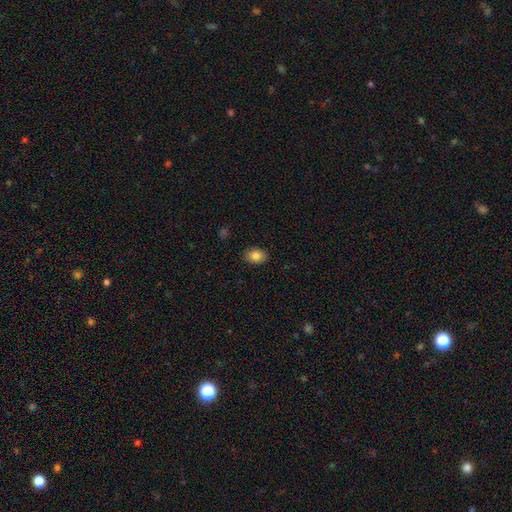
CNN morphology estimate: smooth-or-featured: smooth: 84% | star or artifact: 8% | featured or disk: 7%
  how-rounded: in between: 77% | round: 22% | cigar-shaped: 1%
  merging: none: 89% | minor disturbance: 8% | major disturbance: 2% | merger: 1%